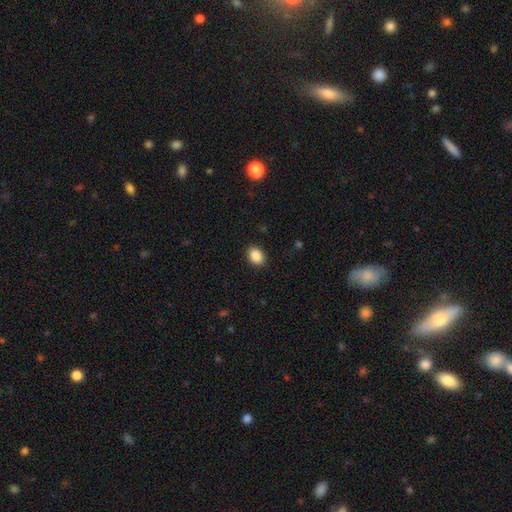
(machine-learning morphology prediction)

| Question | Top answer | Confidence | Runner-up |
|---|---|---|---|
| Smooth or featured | smooth | 89% | star or artifact (8%) |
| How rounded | in between | 69% | round (30%) |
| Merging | none | 90% | minor disturbance (7%) |